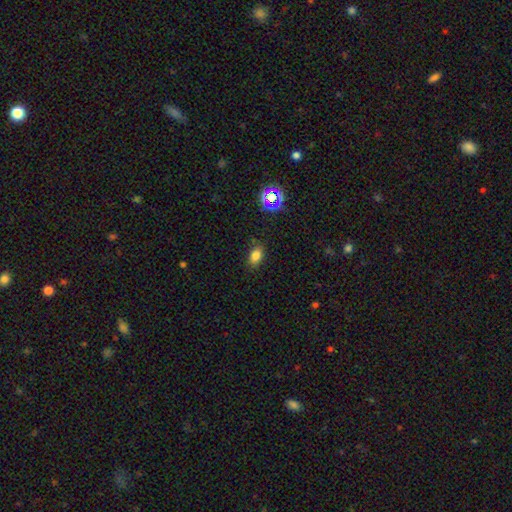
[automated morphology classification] Smooth or featured: smooth — 79% (star or artifact — 15%)
How rounded: in between — 84% (round — 14%)
Merging: none — 84% (minor disturbance — 11%)